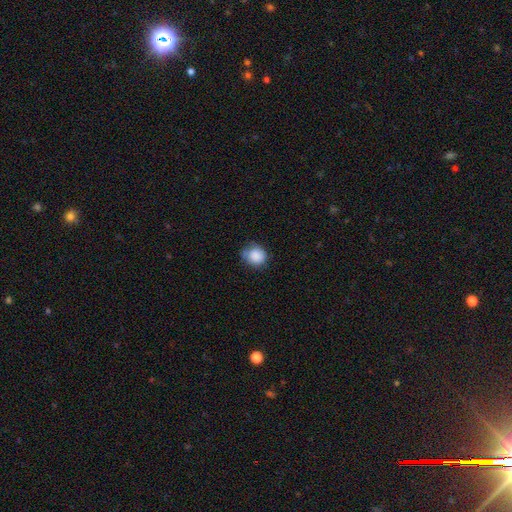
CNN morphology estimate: Smooth or featured? smooth (86%)
How rounded? round (82%)
Merging? none (63%)